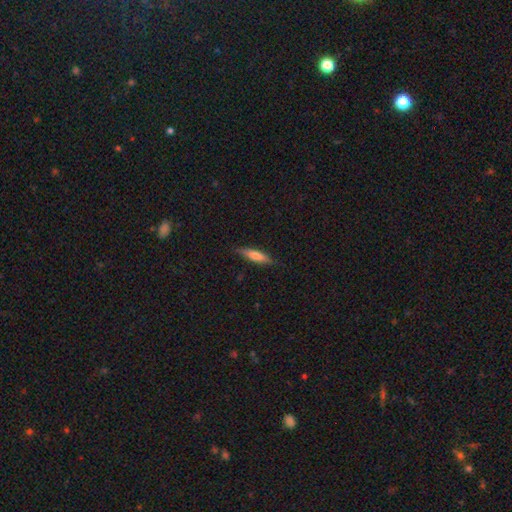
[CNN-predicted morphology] Smooth or featured?
  - smooth: 67% *
  - featured or disk: 27%
  - star or artifact: 6%
How rounded?
  - cigar-shaped: 73% *
  - in between: 26%
  - round: 2%
Merging?
  - none: 84% *
  - minor disturbance: 13%
  - major disturbance: 2%
  - merger: 1%